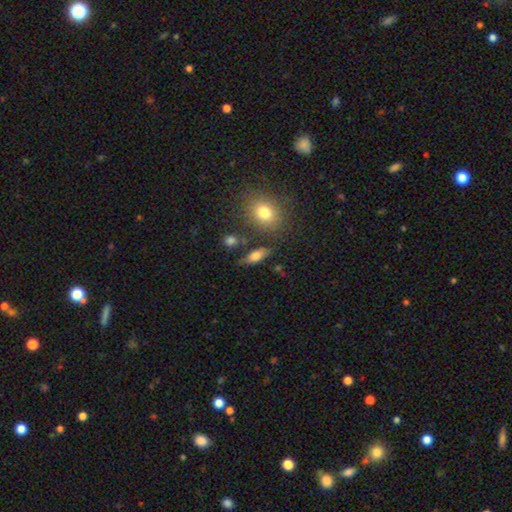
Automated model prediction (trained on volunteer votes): The model was most divided on "how rounded": in between: 70%, cigar-shaped: 22%, round: 8%. More confident: smooth or featured — smooth (72%); merging — none (72%).